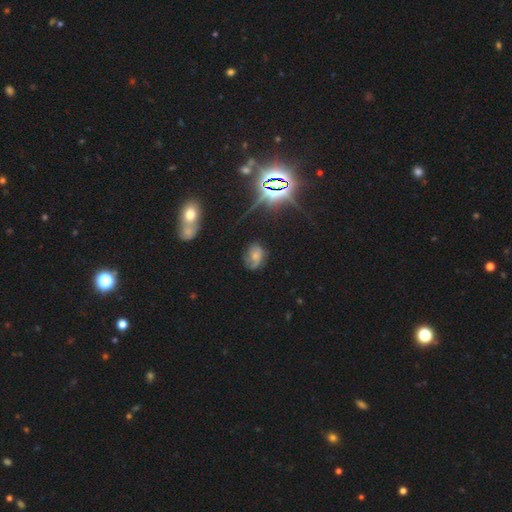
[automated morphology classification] type=featured or disk (43%); merging=none (56%).